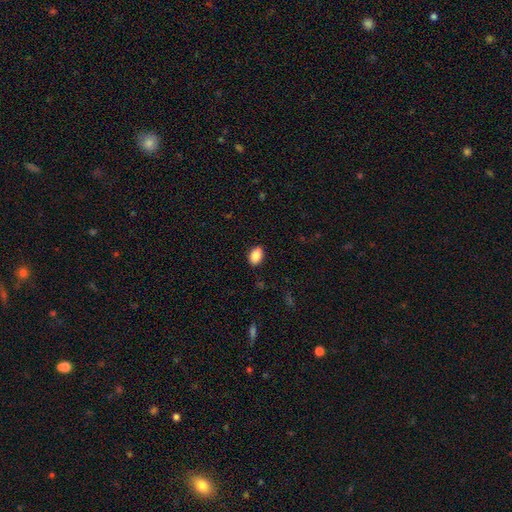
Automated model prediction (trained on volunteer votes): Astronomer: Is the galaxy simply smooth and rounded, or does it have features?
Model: smooth — 88%.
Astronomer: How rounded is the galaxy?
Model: in between — 85%.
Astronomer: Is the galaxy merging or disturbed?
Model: none — 87%.